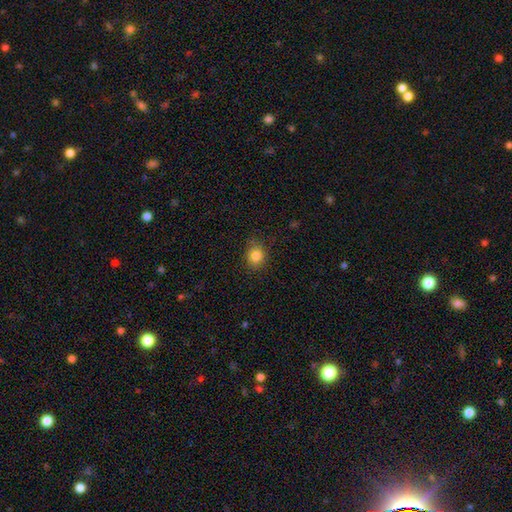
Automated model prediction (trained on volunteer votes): Smooth or featured? smooth (83%)
How rounded? round (74%)
Merging? none (83%)